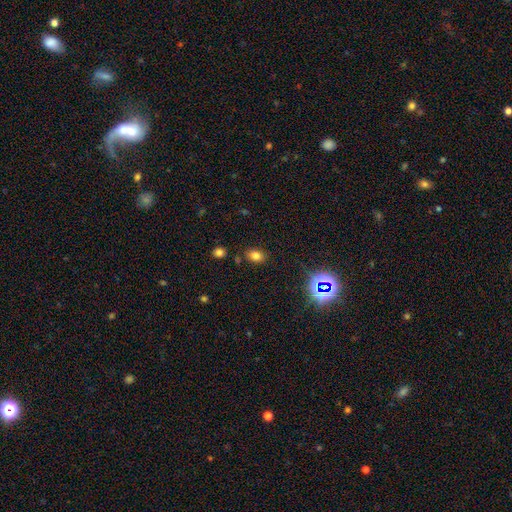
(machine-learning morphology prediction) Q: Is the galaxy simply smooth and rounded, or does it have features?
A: smooth — 76%.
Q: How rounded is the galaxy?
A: in between — 74%.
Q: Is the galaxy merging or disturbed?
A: none — 81%.